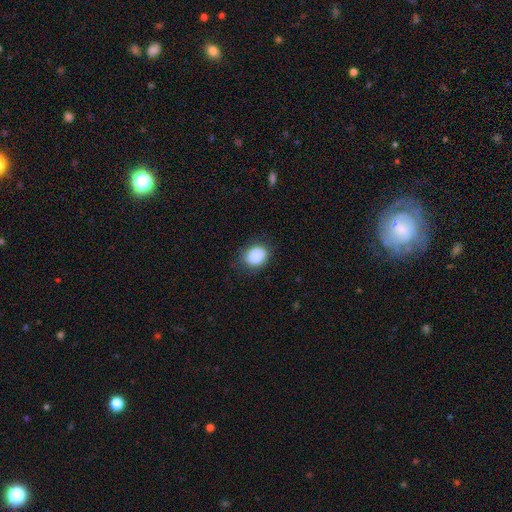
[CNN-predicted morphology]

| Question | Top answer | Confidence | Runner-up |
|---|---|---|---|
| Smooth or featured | smooth | 88% | star or artifact (8%) |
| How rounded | round | 50% | in between (49%) |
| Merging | none | 78% | minor disturbance (15%) |